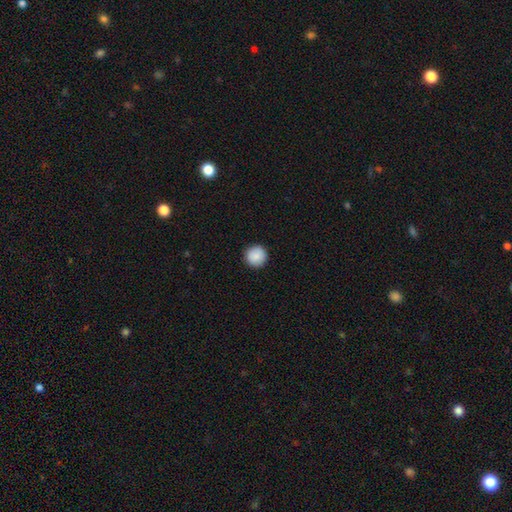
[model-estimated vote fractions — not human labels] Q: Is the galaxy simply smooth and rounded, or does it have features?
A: smooth — 88%.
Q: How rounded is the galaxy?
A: round — 96%.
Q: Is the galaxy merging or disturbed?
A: none — 92%.